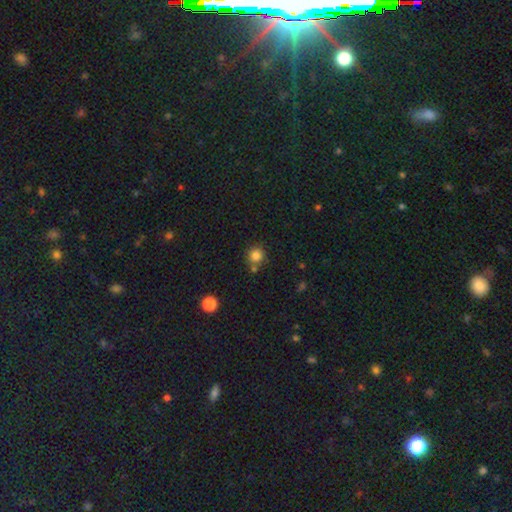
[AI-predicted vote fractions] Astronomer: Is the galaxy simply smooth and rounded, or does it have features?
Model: smooth — 83%.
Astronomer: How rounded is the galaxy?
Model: round — 92%.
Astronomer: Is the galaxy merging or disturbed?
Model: none — 73%.